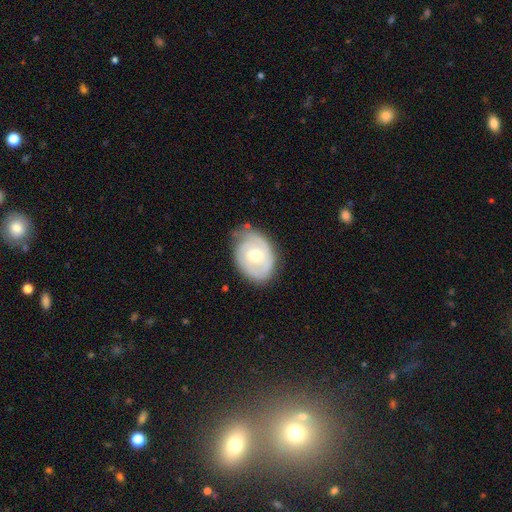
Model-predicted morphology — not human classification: Overall: featured or disk (69%). Edge-on disk: no (96%). Bar: no (51%; weak 41%). Spiral arms: yes (83%). Spiral arm count: 2 (45%; can't tell 31%). Spiral winding: tight (63%; medium 29%). Bulge size: moderate (64%; small 31%). Merging: none (66%).